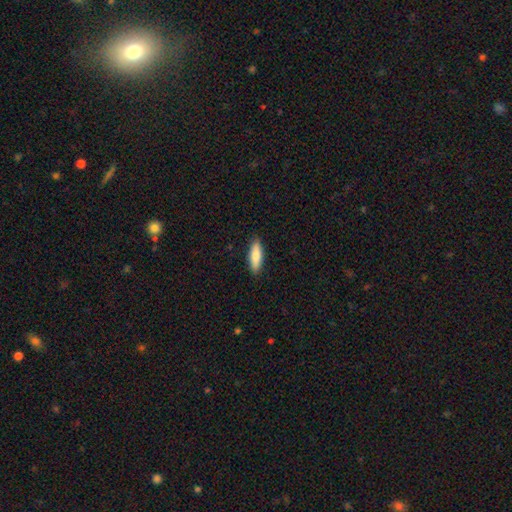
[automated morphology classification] Q: Smooth or featured?
A: smooth (78%); runner-up: featured or disk (16%)
Q: How rounded?
A: in between (52%); runner-up: cigar-shaped (46%)
Q: Merging?
A: none (89%); runner-up: minor disturbance (8%)